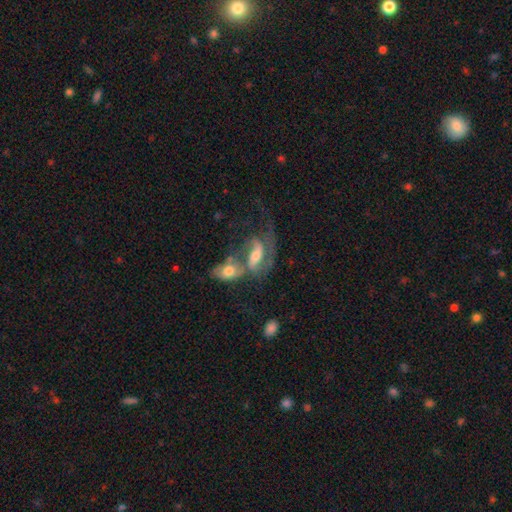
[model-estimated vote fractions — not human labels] Q: Smooth or featured?
A: featured or disk (72%); runner-up: smooth (20%)
Q: Edge-on disk?
A: no (92%); runner-up: yes (8%)
Q: Bar?
A: weak (40%); runner-up: strong (30%)
Q: Spiral arms?
A: yes (84%); runner-up: no (16%)
Q: Spiral winding?
A: medium (41%); tied with: loose (41%)
Q: Spiral arm count?
A: 2 (61%); runner-up: 1 (23%)
Q: Bulge size?
A: moderate (59%); runner-up: small (27%)
Q: Merging?
A: merger (55%); runner-up: none (18%)